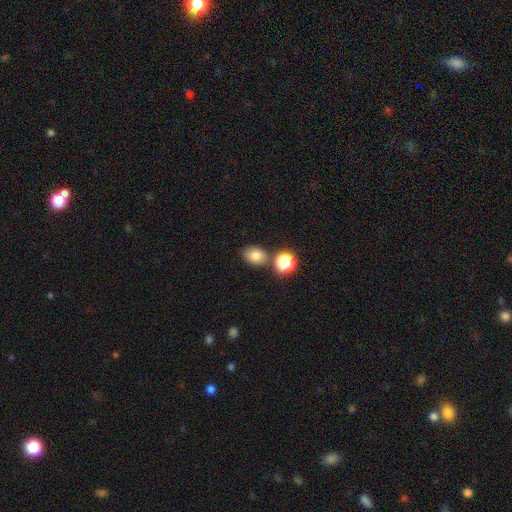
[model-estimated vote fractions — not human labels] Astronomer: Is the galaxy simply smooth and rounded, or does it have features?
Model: smooth — 78%.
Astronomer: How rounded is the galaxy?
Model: in between — 59% (runner-up: round, 40%).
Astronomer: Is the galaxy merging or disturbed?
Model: none — 73%.